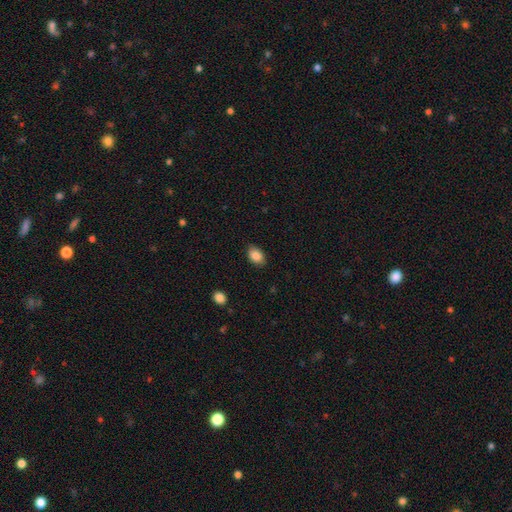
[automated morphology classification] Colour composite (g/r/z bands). It shows a smooth galaxy with no disk features (87%) that is in between round and cigar-shaped (85%). Merging: none (86%).